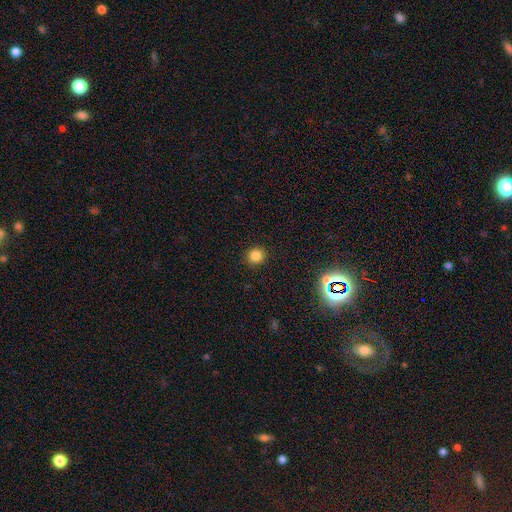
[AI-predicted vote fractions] A smooth galaxy with no disk features (83%) that is round (92%). Merging: none (91%).